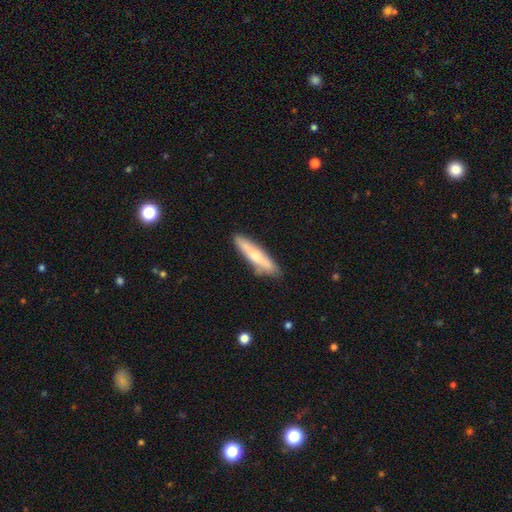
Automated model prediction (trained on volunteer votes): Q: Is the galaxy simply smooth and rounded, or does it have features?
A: smooth — 60%.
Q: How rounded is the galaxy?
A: cigar-shaped — 86%.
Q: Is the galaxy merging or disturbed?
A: none — 80%.